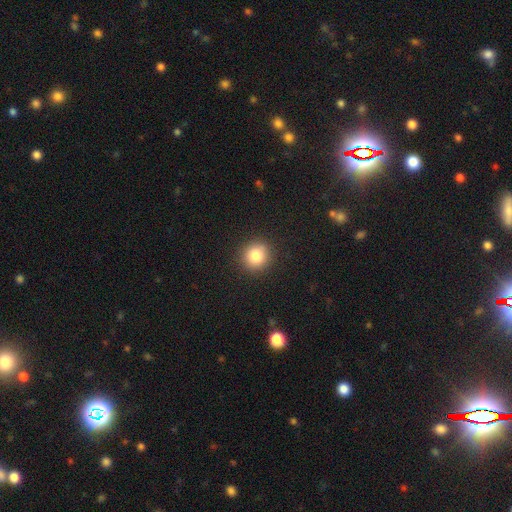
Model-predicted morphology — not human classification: Smooth or featured: smooth — 83% (star or artifact — 11%)
How rounded: round — 89% (in between — 10%)
Merging: none — 91% (minor disturbance — 6%)